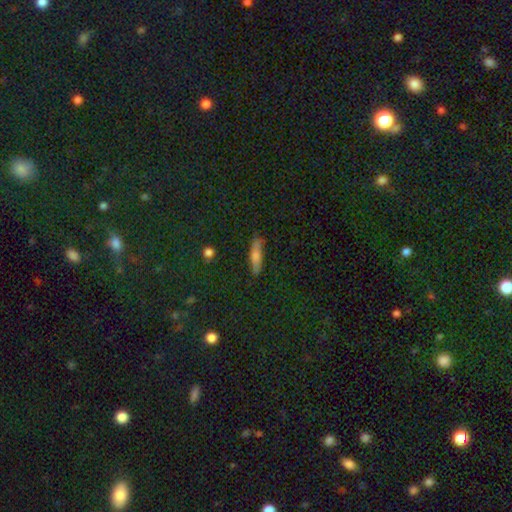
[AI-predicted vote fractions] Smooth or featured?
  - smooth: 61% *
  - featured or disk: 28%
  - star or artifact: 11%
How rounded?
  - cigar-shaped: 75% *
  - in between: 22%
  - round: 3%
Merging?
  - none: 80% *
  - minor disturbance: 14%
  - major disturbance: 3%
  - merger: 2%